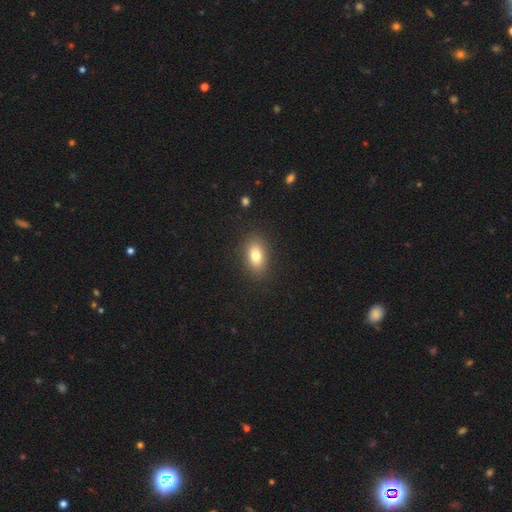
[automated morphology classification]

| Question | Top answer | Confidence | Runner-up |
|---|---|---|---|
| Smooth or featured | smooth | 79% | featured or disk (11%) |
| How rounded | in between | 85% | round (12%) |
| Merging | none | 87% | minor disturbance (9%) |